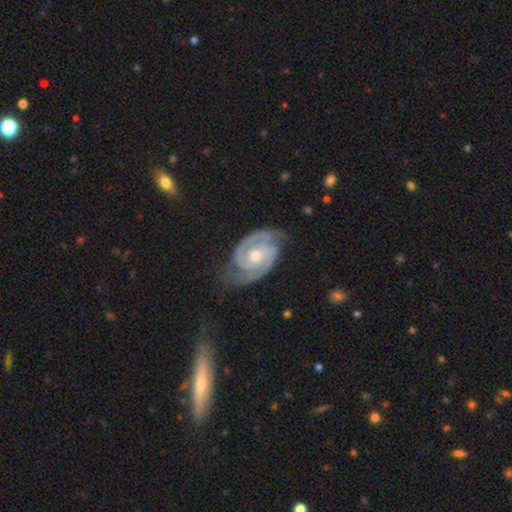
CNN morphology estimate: smooth-or-featured: featured or disk: 93% | smooth: 4% | star or artifact: 4%
  disk-edge-on: no: 98% | yes: 2%
    bar: no: 63% | weak: 28% | strong: 9%
    has-spiral-arms: yes: 98% | no: 2%
      spiral-winding: tight: 62% | medium: 32% | loose: 5%
      spiral-arm-count: 2: 89% | 3: 4% | can't tell: 3% | 1: 1% | 4: 1% | more than 4: 1%
    bulge-size: moderate: 65% | small: 31% | large: 3% | none: 1% | dominant: 1%
  merging: none: 73% | minor disturbance: 19% | major disturbance: 6% | merger: 1%